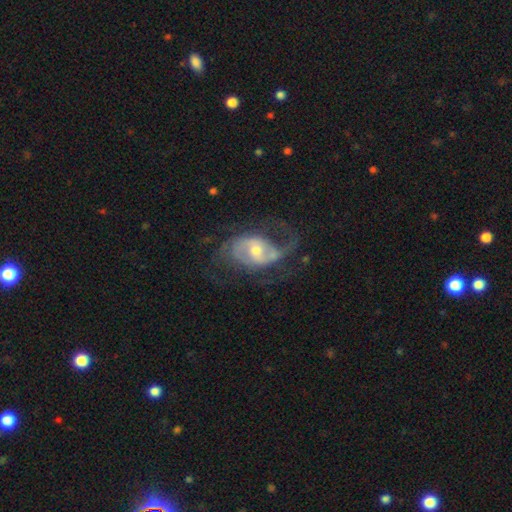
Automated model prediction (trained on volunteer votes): smooth-or-featured: featured or disk: 83% | smooth: 11% | star or artifact: 6%
  disk-edge-on: no: 96% | yes: 4%
    bar: weak: 45% | no: 35% | strong: 20%
    has-spiral-arms: yes: 89% | no: 11%
      spiral-winding: medium: 45% | loose: 39% | tight: 16%
      spiral-arm-count: 2: 77% | can't tell: 10% | 1: 5% | 3: 4% | 4: 2% | more than 4: 2%
    bulge-size: moderate: 57% | small: 36% | large: 5% | none: 1% | dominant: 1%
  merging: none: 55% | major disturbance: 24% | minor disturbance: 18% | merger: 2%